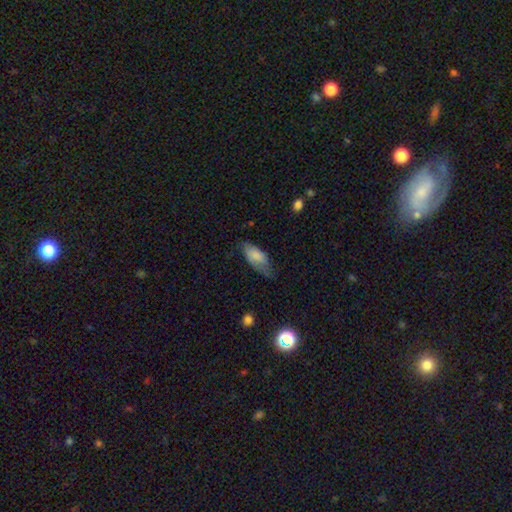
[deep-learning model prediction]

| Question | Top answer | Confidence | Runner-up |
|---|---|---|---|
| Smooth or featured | smooth | 72% | featured or disk (22%) |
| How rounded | in between | 89% | cigar-shaped (8%) |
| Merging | none | 44% | minor disturbance (38%) |